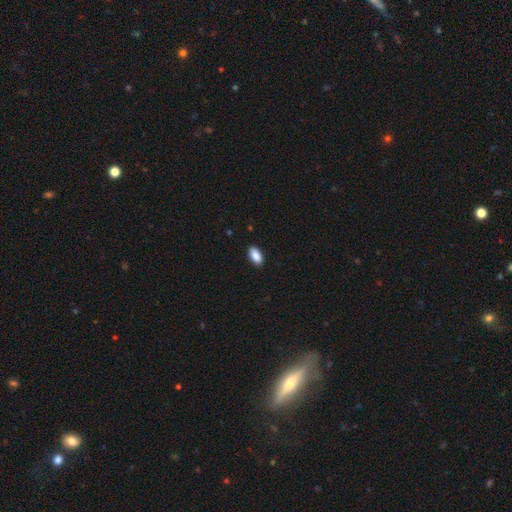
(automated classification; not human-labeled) Smooth or featured? smooth (90%)
How rounded? in between (94%)
Merging? none (89%)